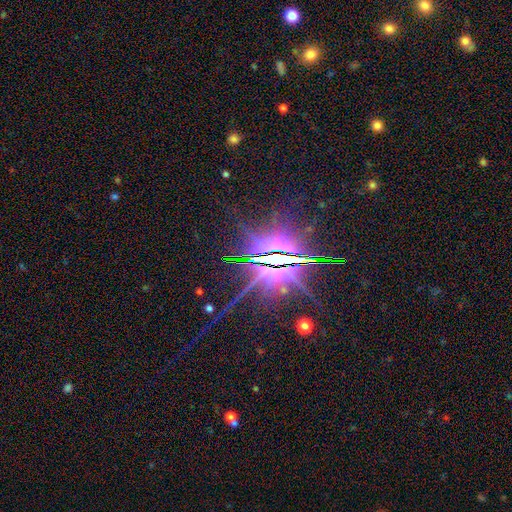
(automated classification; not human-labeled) star or artifact 86%, featured or disk 8%, smooth 5%.